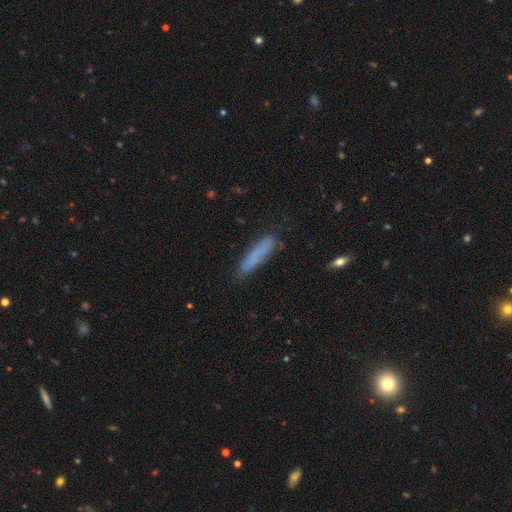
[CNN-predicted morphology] A smooth galaxy with no disk features (76%) that is cigar-shaped (85%).

Vote fractions:
- Smooth or featured? smooth: 76% / featured or disk: 16% / star or artifact: 8%
- How rounded? cigar-shaped: 85% / in between: 14% / round: 2%
- Merging? none: 73% / minor disturbance: 19% / major disturbance: 5% / merger: 2%